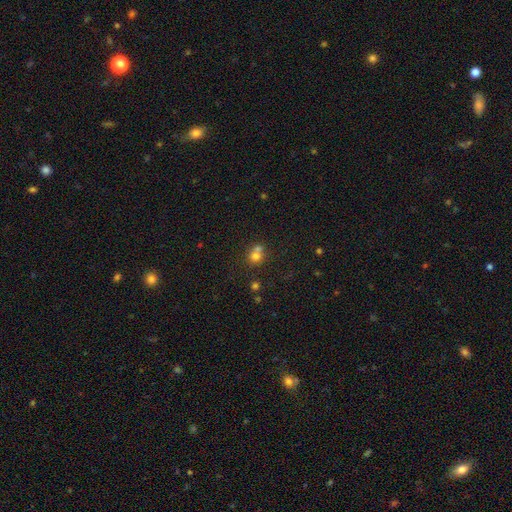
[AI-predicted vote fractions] Q: Smooth or featured?
A: smooth (71%); runner-up: star or artifact (16%)
Q: How rounded?
A: round (81%); runner-up: in between (18%)
Q: Merging?
A: merger (54%); runner-up: none (36%)